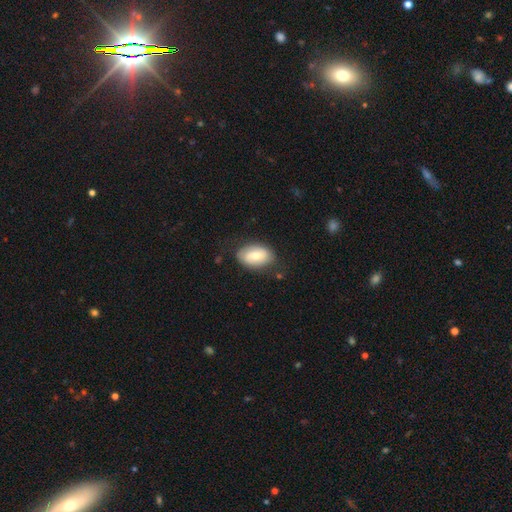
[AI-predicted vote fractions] A smooth galaxy with no disk features (66%) that is in between round and cigar-shaped (91%).

Vote fractions:
- Smooth or featured? smooth: 66% / featured or disk: 28% / star or artifact: 6%
- How rounded? in between: 91% / round: 7% / cigar-shaped: 1%
- Merging? none: 75% / minor disturbance: 18% / major disturbance: 5% / merger: 2%